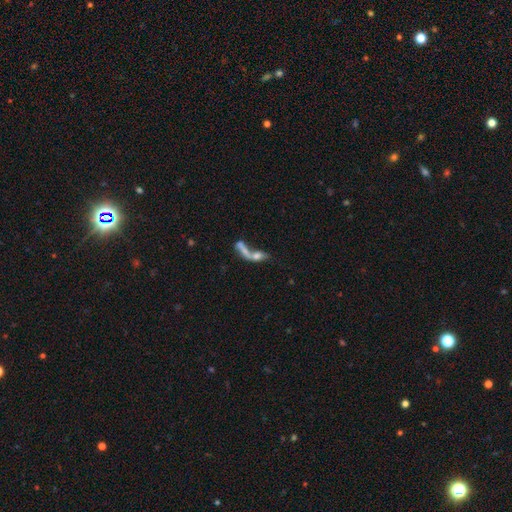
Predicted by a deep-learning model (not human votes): This appears to be a smooth galaxy with no disk features (50%). Merging: merger (62%).